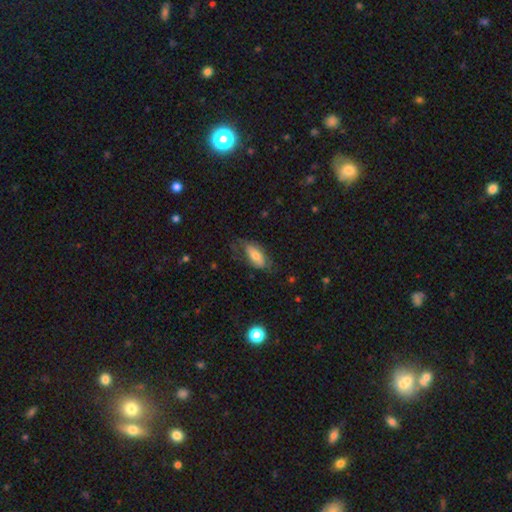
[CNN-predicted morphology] The model was most divided on "merging": none: 56%, minor disturbance: 28%, major disturbance: 14%, merger: 2%. More confident: how rounded — in between (83%); smooth or featured — smooth (64%).